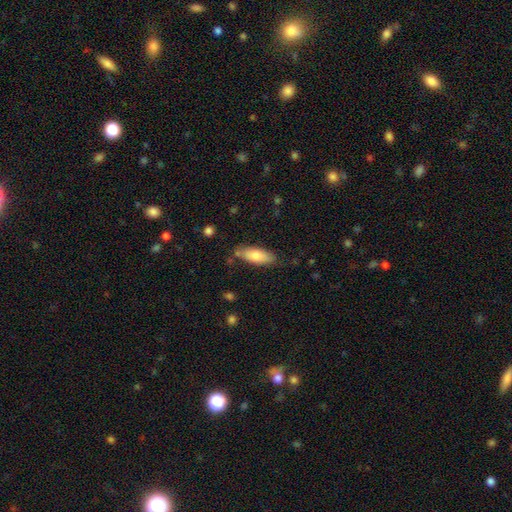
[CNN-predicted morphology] smooth 75%, featured or disk 19%, star or artifact 6%. Down the decision tree: how rounded — in between (71%); merging — none (76%).